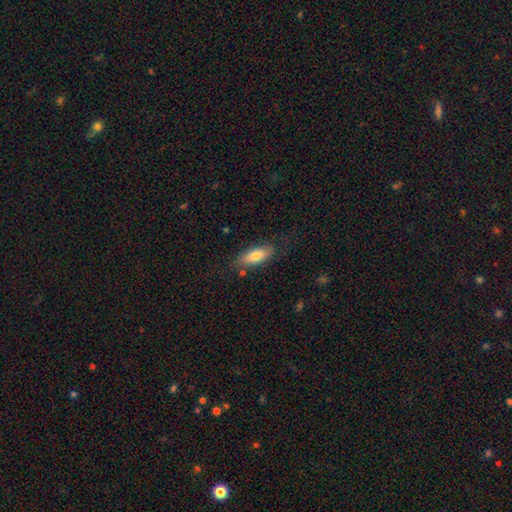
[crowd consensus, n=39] smooth-or-featured: smooth: 67% | featured or disk: 23% | star or artifact: 10%
  how-rounded: in between: 73% | cigar-shaped: 23% | round: 4%
  merging: none: 54% | minor disturbance: 34% | major disturbance: 6% | merger: 6%